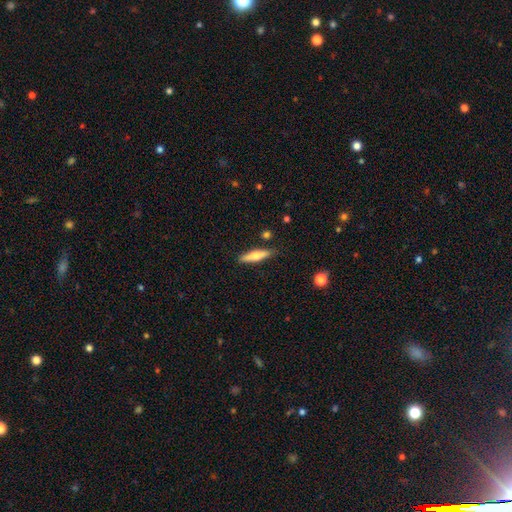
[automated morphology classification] Q: Smooth or featured?
A: smooth (56%); runner-up: featured or disk (38%)
Q: How rounded?
A: cigar-shaped (78%); runner-up: in between (20%)
Q: Merging?
A: none (85%); runner-up: minor disturbance (10%)